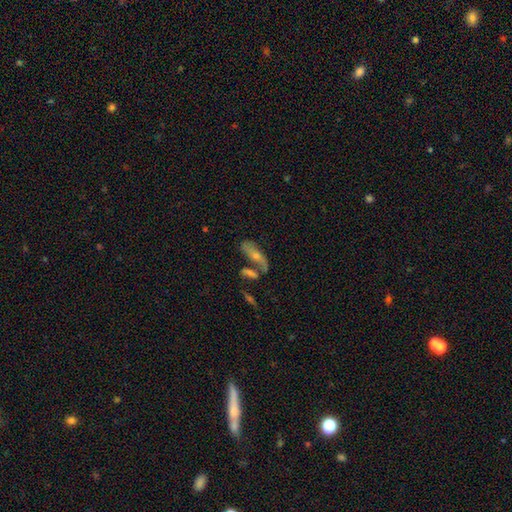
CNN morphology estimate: The model was most divided on "merging": none: 44%, merger: 30%, minor disturbance: 15%, major disturbance: 11%. More confident: edge-on disk — no (71%); smooth or featured — featured or disk (59%).